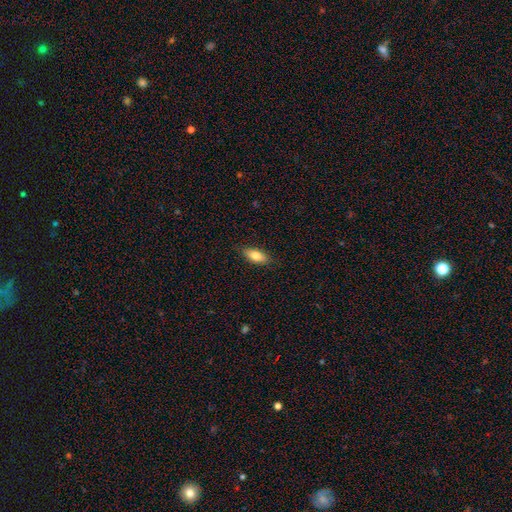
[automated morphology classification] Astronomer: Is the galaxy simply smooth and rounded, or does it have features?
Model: smooth — 80%.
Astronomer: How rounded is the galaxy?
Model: in between — 82%.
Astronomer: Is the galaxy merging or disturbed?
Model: none — 87%.